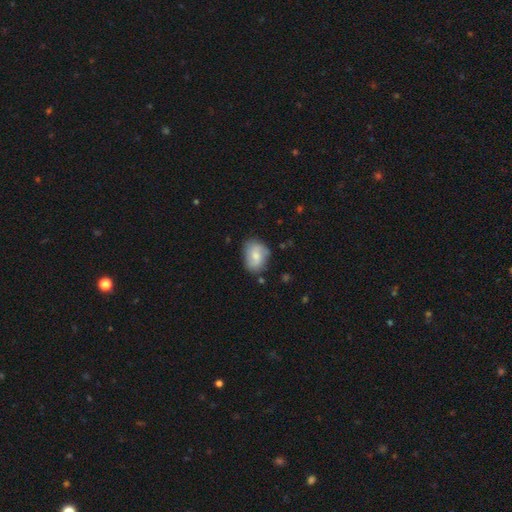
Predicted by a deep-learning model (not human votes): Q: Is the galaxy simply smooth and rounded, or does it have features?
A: smooth — 55%.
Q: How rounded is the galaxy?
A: in between — 63%.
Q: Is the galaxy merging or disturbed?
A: none — 69%.